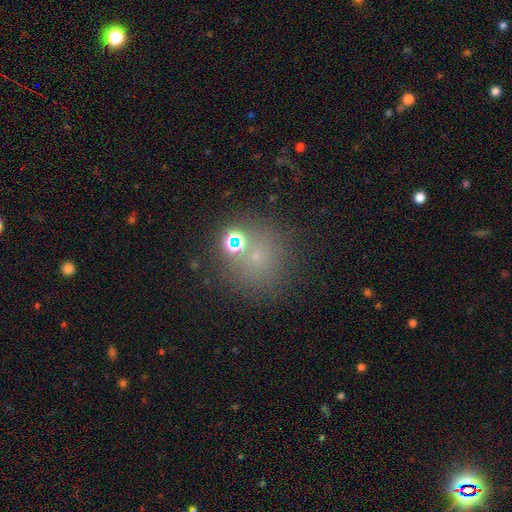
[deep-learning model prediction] smooth 53%, star or artifact 34%, featured or disk 13%. Down the decision tree: how rounded — round (89%); merging — none (69%).